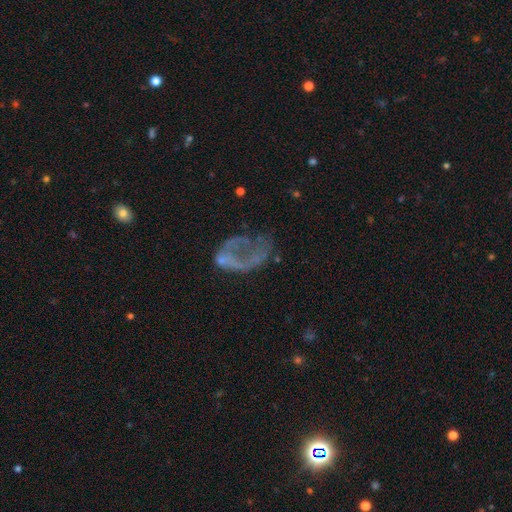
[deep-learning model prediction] A featured or disk galaxy (54%) with no bar (90%), no spiral arms (85%) and no central bulge (79%). Merging: major disturbance (51%).